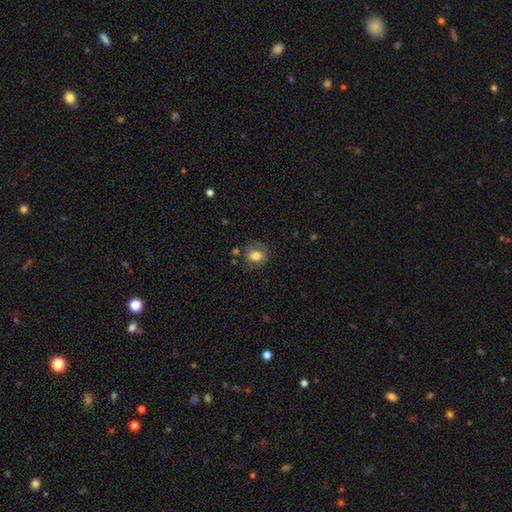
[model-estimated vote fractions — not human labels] Morphology: type=smooth (70%); roundness=round (57%); merging=none (71%).